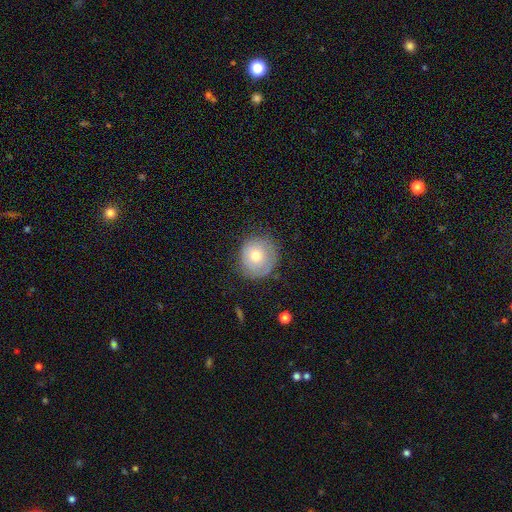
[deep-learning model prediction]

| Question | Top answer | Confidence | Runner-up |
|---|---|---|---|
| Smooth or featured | smooth | 68% | featured or disk (22%) |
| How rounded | round | 89% | in between (10%) |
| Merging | none | 78% | minor disturbance (16%) |